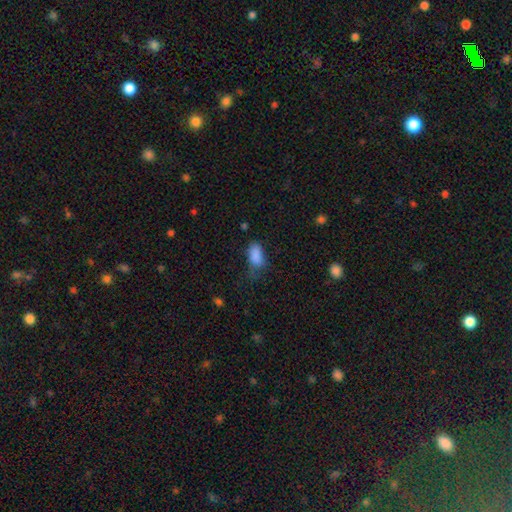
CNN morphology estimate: A smooth galaxy with no disk features (85%) that is in between round and cigar-shaped (90%).

Vote fractions:
- Smooth or featured? smooth: 85% / star or artifact: 9% / featured or disk: 6%
- How rounded? in between: 90% / round: 6% / cigar-shaped: 4%
- Merging? none: 41% / minor disturbance: 36% / major disturbance: 20% / merger: 3%